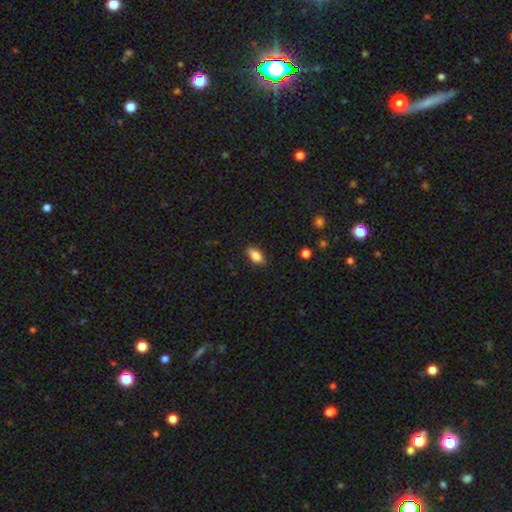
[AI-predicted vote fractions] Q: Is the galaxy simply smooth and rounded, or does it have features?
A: smooth — 87%.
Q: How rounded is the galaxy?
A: in between — 90%.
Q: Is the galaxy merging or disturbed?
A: none — 87%.